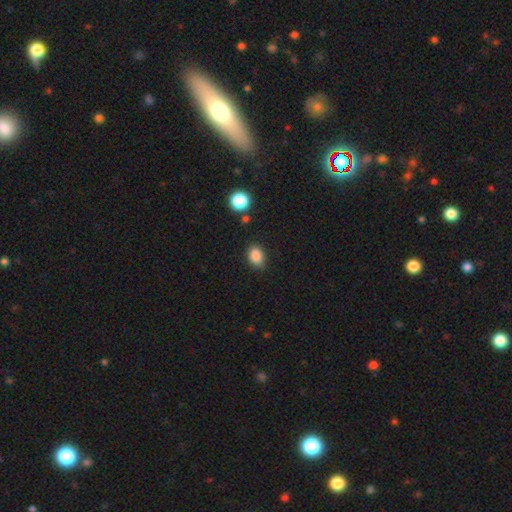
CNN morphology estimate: Smooth or featured? Predicted: smooth (p=0.86). How rounded? Predicted: in between (p=0.74). Merging? Predicted: none (p=0.82).